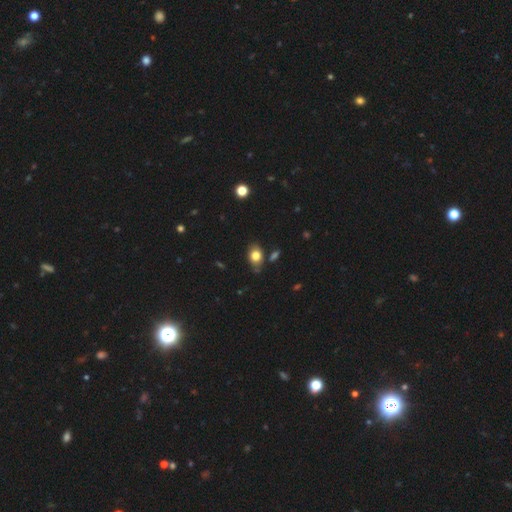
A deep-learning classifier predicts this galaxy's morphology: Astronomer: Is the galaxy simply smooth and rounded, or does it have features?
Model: smooth — 80%.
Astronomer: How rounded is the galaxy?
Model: in between — 73%.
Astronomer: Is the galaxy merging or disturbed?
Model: none — 76%.